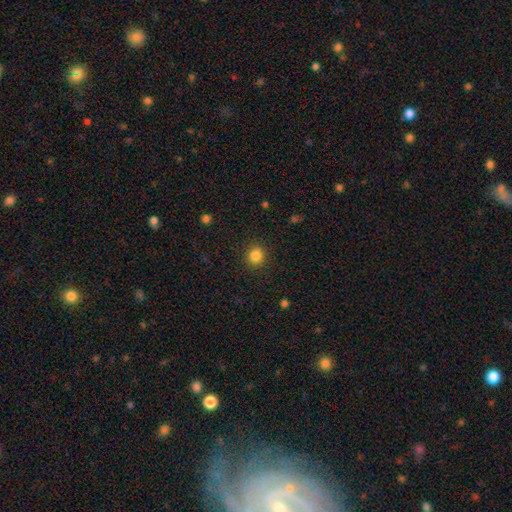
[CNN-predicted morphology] type=smooth (84%); roundness=round (83%); merging=none (90%).